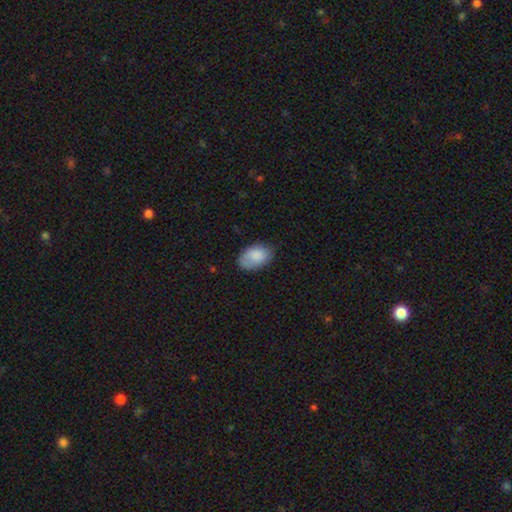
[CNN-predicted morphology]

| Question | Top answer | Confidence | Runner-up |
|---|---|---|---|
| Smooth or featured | smooth | 85% | featured or disk (8%) |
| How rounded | in between | 91% | round (7%) |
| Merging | none | 75% | minor disturbance (19%) |